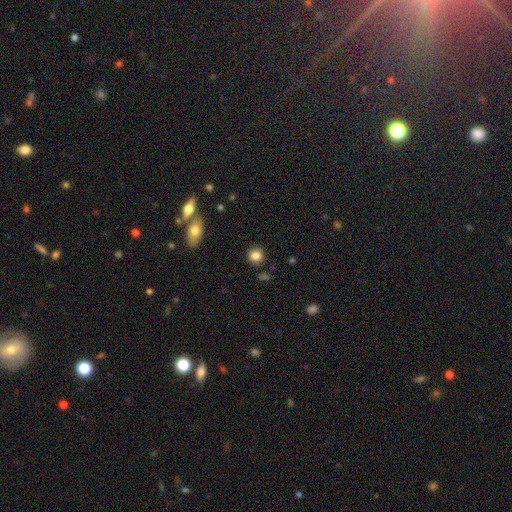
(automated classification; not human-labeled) Overall: smooth (85%). How rounded: round (87%). Merging: none (88%).